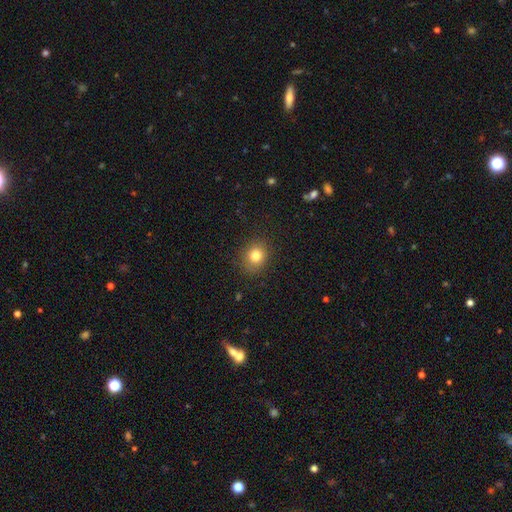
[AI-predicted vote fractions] Q: Smooth or featured?
A: smooth (80%); runner-up: star or artifact (12%)
Q: How rounded?
A: round (75%); runner-up: in between (24%)
Q: Merging?
A: none (86%); runner-up: minor disturbance (10%)